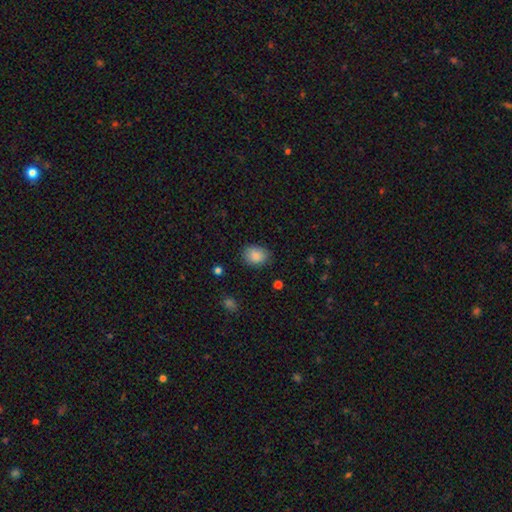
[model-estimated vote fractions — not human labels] smooth-or-featured: smooth: 87% | star or artifact: 8% | featured or disk: 5%
  how-rounded: in between: 62% | round: 37% | cigar-shaped: 1%
  merging: none: 83% | minor disturbance: 13% | major disturbance: 3% | merger: 1%